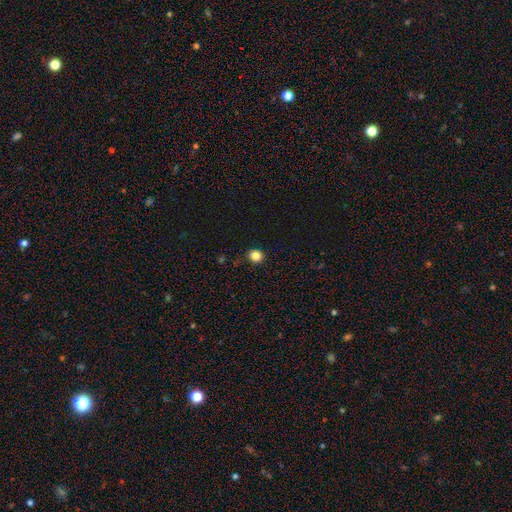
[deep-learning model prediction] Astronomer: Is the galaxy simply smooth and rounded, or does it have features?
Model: smooth — 84%.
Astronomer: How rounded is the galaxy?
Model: round — 89%.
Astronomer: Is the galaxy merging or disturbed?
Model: none — 90%.